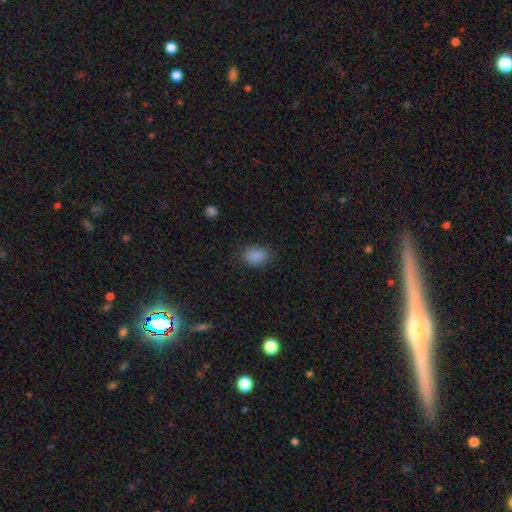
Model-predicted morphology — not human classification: Smooth or featured? Predicted: smooth (p=0.86). How rounded? Predicted: in between (p=0.74). Merging? Predicted: none (p=0.79).